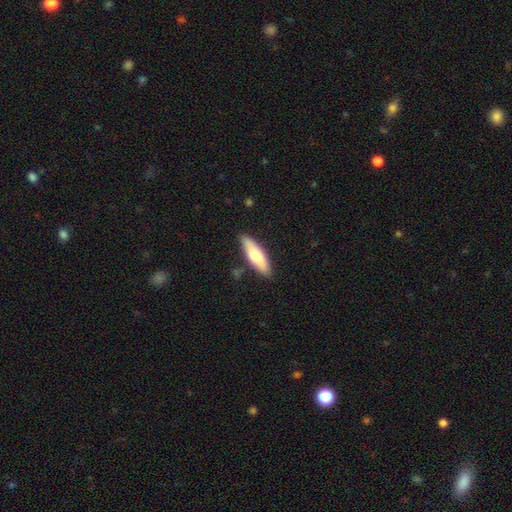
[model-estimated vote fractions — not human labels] smooth 66%, featured or disk 28%, star or artifact 5%. Down the decision tree: how rounded — cigar-shaped (52%); merging — none (84%).